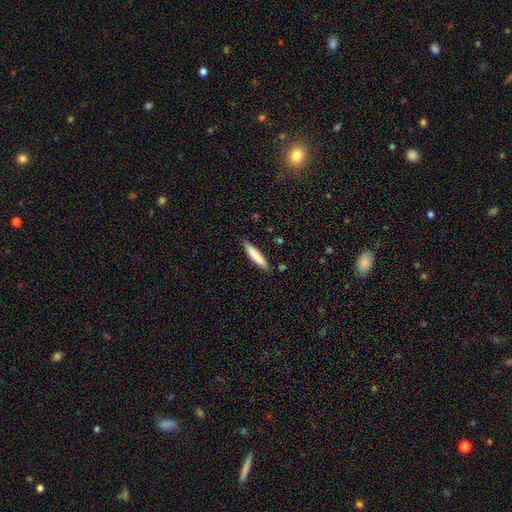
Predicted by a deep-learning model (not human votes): The model was most divided on "smooth or featured": smooth: 81%, featured or disk: 13%, star or artifact: 6%. More confident: merging — none (87%); how rounded — cigar-shaped (87%).